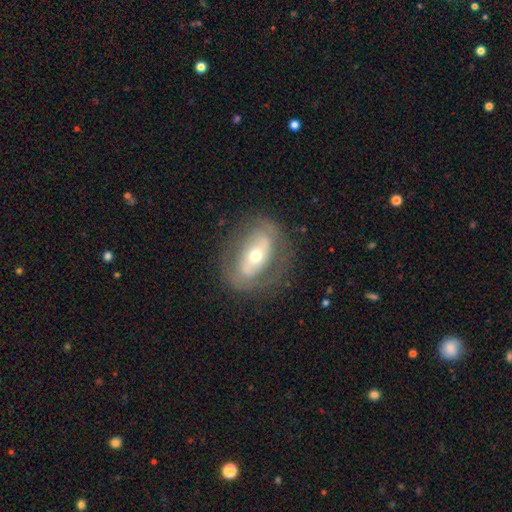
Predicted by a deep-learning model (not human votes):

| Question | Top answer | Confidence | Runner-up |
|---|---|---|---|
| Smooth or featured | featured or disk | 62% | smooth (31%) |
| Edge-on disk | no | 89% | yes (11%) |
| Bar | no | 49% | strong (28%) |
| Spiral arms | no | 64% | yes (36%) |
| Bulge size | moderate | 61% | small (31%) |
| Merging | none | 73% | minor disturbance (16%) |